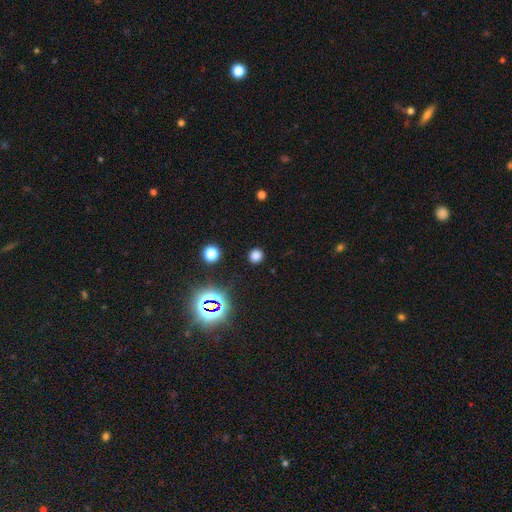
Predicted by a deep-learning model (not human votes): The model was most divided on "smooth or featured": smooth: 72%, star or artifact: 23%, featured or disk: 5%. More confident: merging — none (90%); how rounded — round (89%).